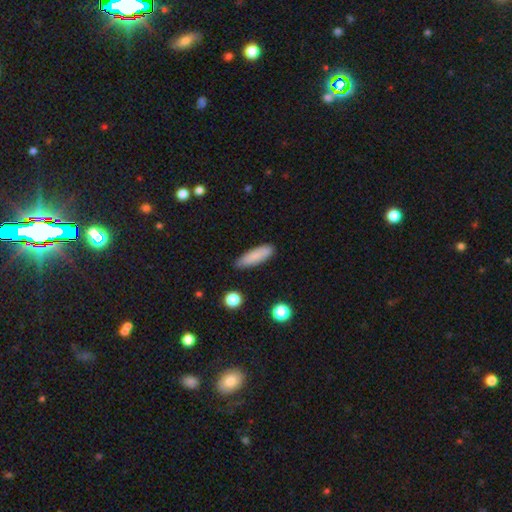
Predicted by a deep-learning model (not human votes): A smooth galaxy with no disk features (84%) that is cigar-shaped (52%). Merging: none (81%).